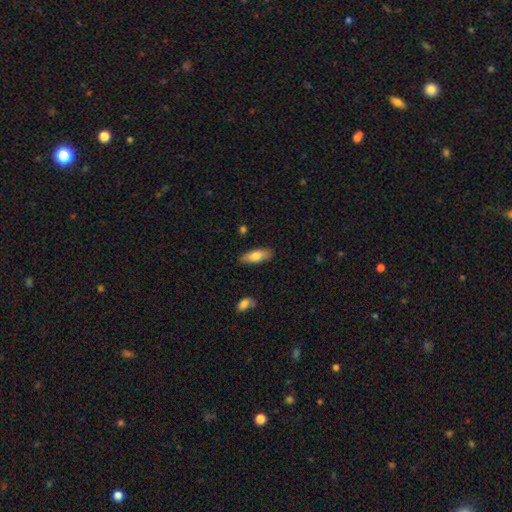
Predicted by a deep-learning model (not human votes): The model was most divided on "how rounded": in between: 67%, cigar-shaped: 31%, round: 2%. More confident: merging — none (86%); smooth or featured — smooth (75%).